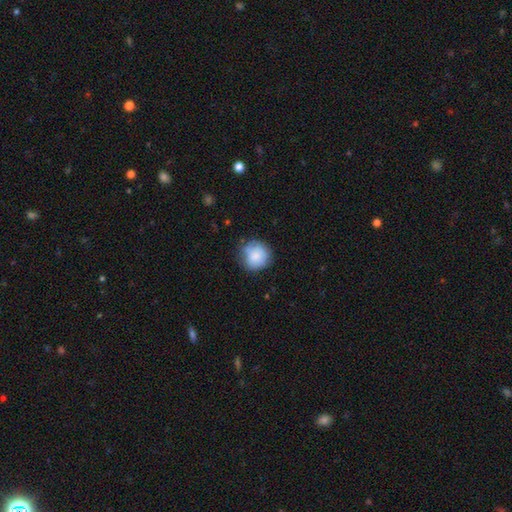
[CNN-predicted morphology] smooth 82%, featured or disk 11%, star or artifact 8%. Down the decision tree: how rounded — round (90%); merging — none (71%).